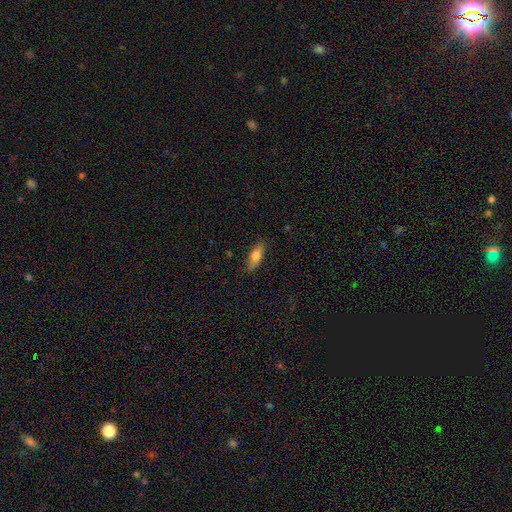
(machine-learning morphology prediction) type=smooth (73%); roundness=in between (64%); merging=none (84%).